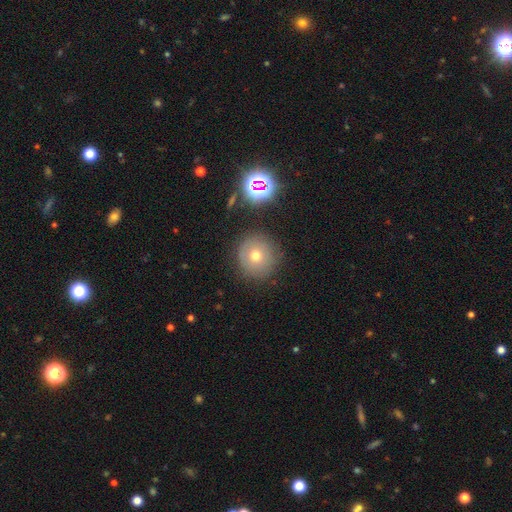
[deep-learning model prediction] Morphology: type=smooth (64%); roundness=round (94%); merging=none (83%).